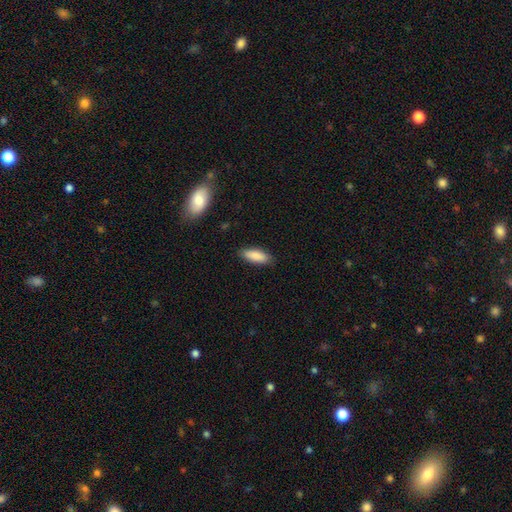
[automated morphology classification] smooth-or-featured: smooth: 88% | featured or disk: 6% | star or artifact: 6%
  how-rounded: in between: 65% | cigar-shaped: 34% | round: 2%
  merging: none: 87% | minor disturbance: 10% | major disturbance: 2% | merger: 1%